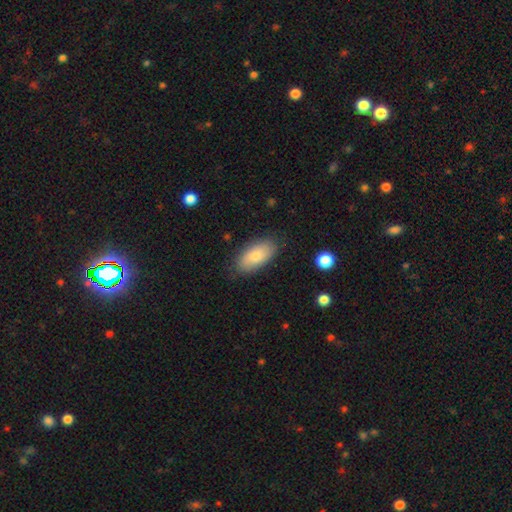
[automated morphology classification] smooth_or_featured: smooth (p=0.81) [alt: featured or disk p=0.13]
how_rounded: in between (p=0.93) [alt: cigar-shaped p=0.05]
merging: none (p=0.82) [alt: minor disturbance p=0.14]